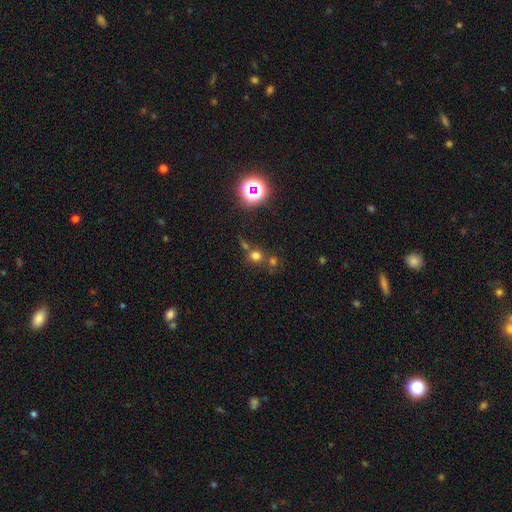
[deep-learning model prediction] The model was most divided on "smooth or featured": smooth: 63%, star or artifact: 28%, featured or disk: 9%. More confident: how rounded — round (85%); merging — none (61%).